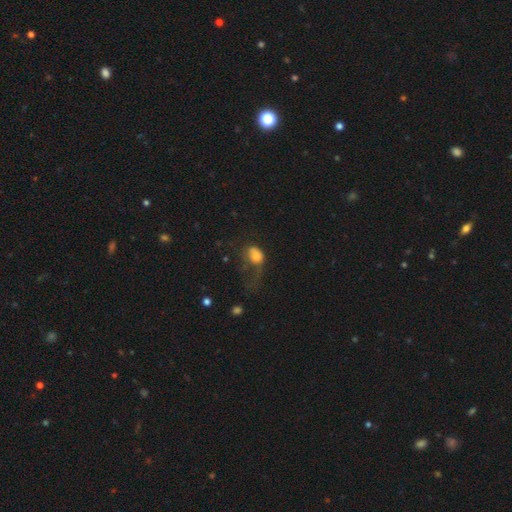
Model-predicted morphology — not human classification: This appears to be a smooth galaxy with no disk features (73%) that is in between round and cigar-shaped (68%). Merging: major disturbance (60%).